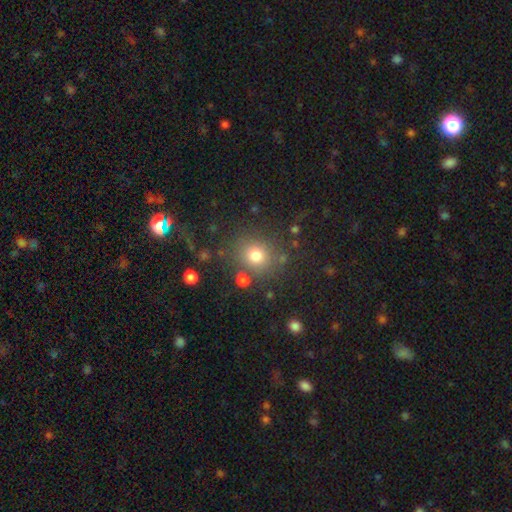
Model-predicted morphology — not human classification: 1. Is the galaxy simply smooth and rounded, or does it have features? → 75% smooth, 16% star or artifact, 8% featured or disk.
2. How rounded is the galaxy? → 83% round, 16% in between, 1% cigar-shaped.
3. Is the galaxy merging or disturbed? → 79% none, 10% minor disturbance, 6% merger, 5% major disturbance.